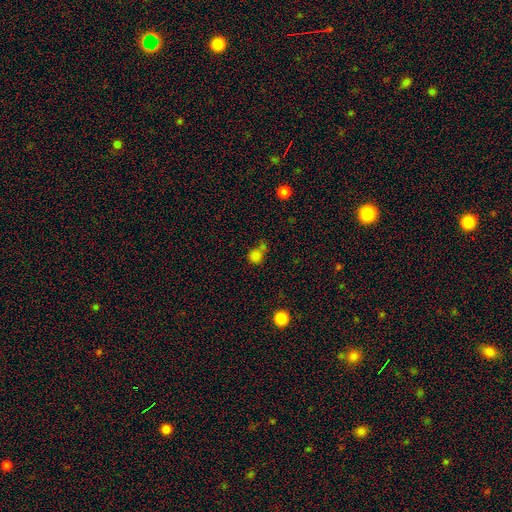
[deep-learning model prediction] smooth 80%, star or artifact 15%, featured or disk 6%. Down the decision tree: how rounded — round (87%); merging — none (51%).